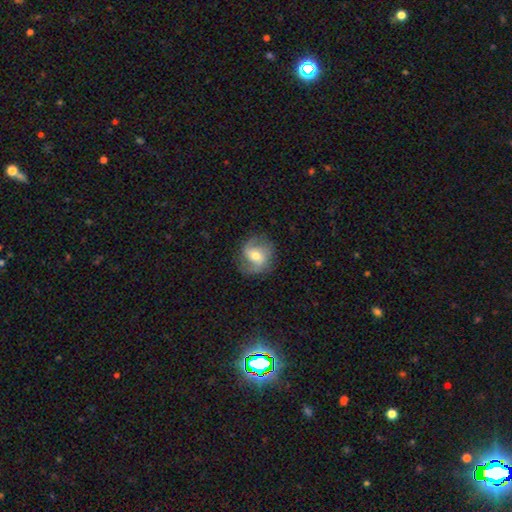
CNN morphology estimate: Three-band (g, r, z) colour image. It shows a featured or disk galaxy (69%) with no bar (43%), 2 (75%) medium (47%) spiral arms (90%) and a moderate central bulge (68%). Merging: none (74%).